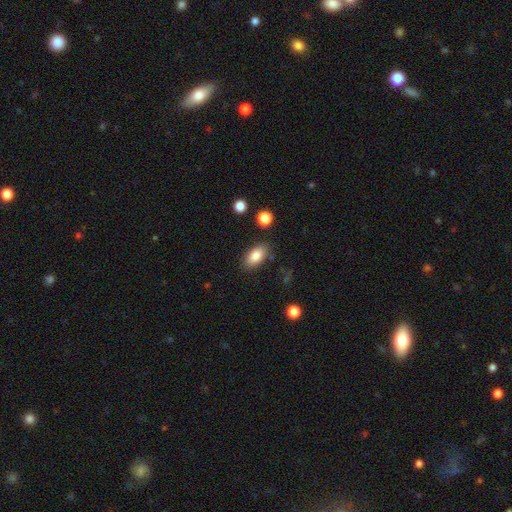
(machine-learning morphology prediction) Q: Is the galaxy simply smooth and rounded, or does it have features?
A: smooth — 84%.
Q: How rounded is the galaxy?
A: in between — 90%.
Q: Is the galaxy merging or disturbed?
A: none — 83%.